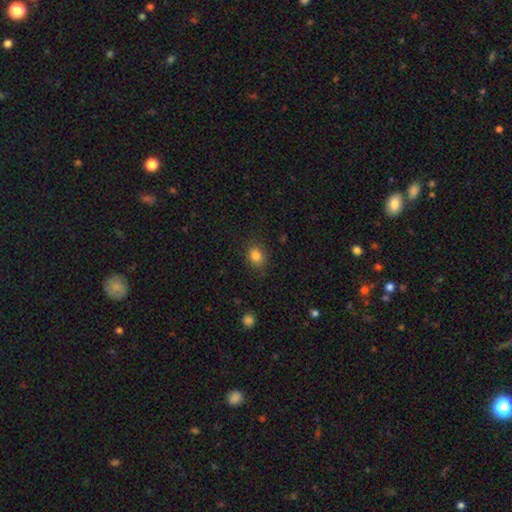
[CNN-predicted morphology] The model was most divided on "how rounded": round: 53%, in between: 46%, cigar-shaped: 1%. More confident: smooth or featured — smooth (83%); merging — none (83%).